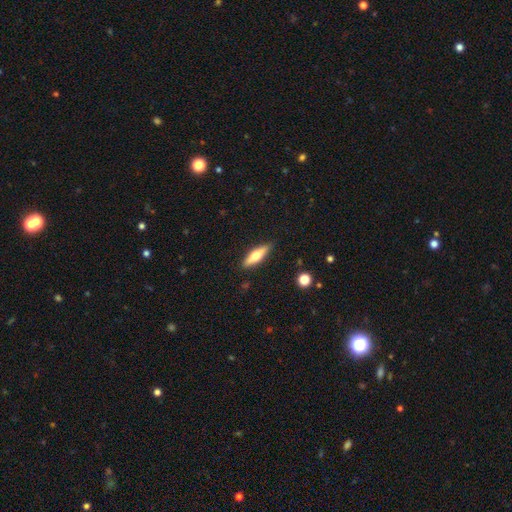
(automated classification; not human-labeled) The model was most divided on "smooth or featured": smooth: 49%, featured or disk: 45%, star or artifact: 6%. More confident: merging — none (88%).